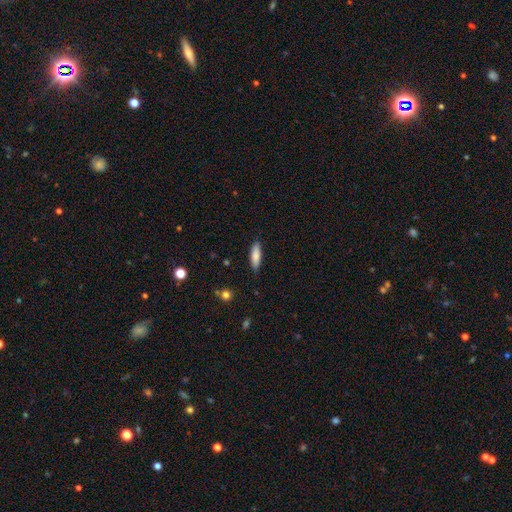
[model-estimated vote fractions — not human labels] smooth 81%, featured or disk 12%, star or artifact 6%. Down the decision tree: how rounded — cigar-shaped (56%); merging — none (84%).